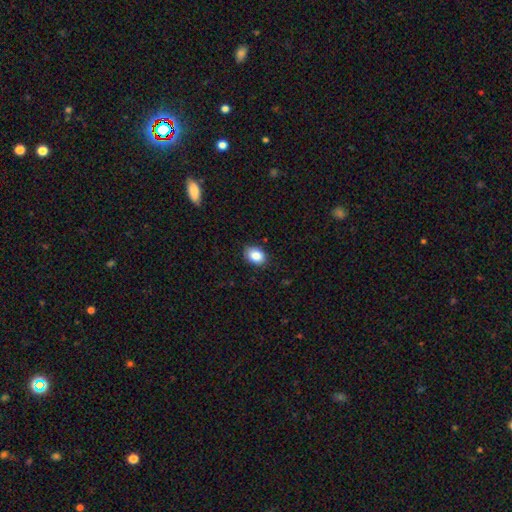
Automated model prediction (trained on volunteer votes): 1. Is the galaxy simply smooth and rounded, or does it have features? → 86% smooth, 8% star or artifact, 5% featured or disk.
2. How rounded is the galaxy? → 79% in between, 20% round, 1% cigar-shaped.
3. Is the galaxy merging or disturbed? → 86% none, 11% minor disturbance, 2% major disturbance, 1% merger.